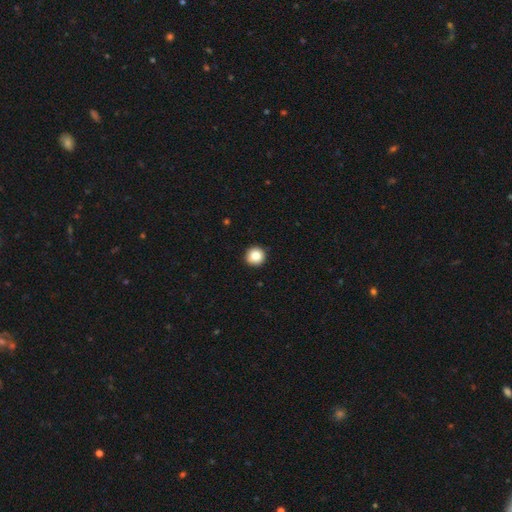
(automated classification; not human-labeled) Smooth or featured? smooth (84%)
How rounded? round (96%)
Merging? none (93%)